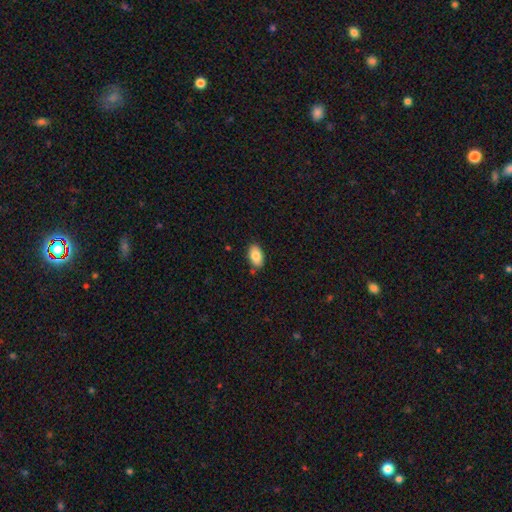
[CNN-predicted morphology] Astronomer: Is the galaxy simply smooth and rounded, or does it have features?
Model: smooth — 85%.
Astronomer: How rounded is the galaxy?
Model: in between — 94%.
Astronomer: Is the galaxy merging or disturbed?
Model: none — 82%.